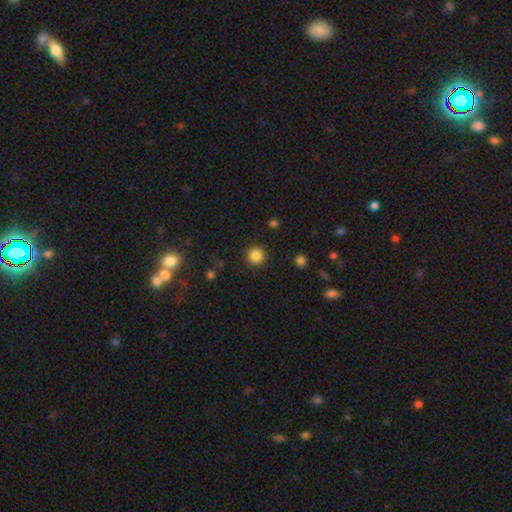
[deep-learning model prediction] smooth-or-featured: smooth: 85% | star or artifact: 12% | featured or disk: 4%
  how-rounded: round: 95% | in between: 4% | cigar-shaped: 1%
  merging: none: 91% | minor disturbance: 5% | major disturbance: 2% | merger: 1%